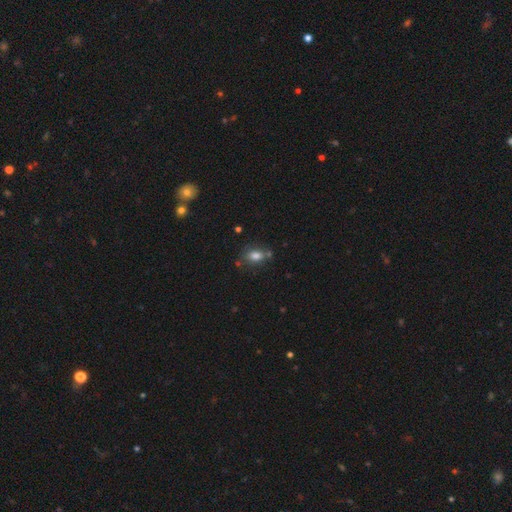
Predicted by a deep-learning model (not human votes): A smooth galaxy with no disk features (80%) that is in between round and cigar-shaped (72%). Merging: none (65%).